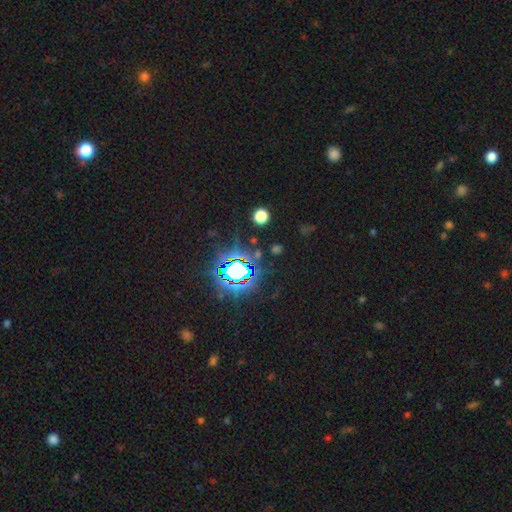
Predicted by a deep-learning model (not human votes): The model was most divided on "smooth or featured": star or artifact: 76%, smooth: 16%, featured or disk: 8%.